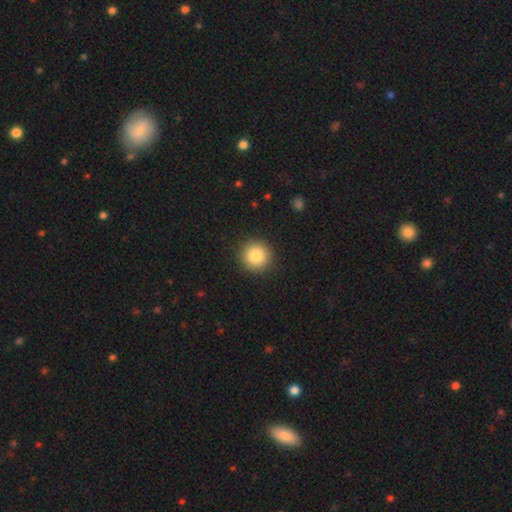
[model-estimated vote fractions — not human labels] smooth-or-featured: smooth: 85% | star or artifact: 9% | featured or disk: 6%
  how-rounded: round: 95% | in between: 4% | cigar-shaped: 1%
  merging: none: 92% | minor disturbance: 5% | major disturbance: 2% | merger: 1%